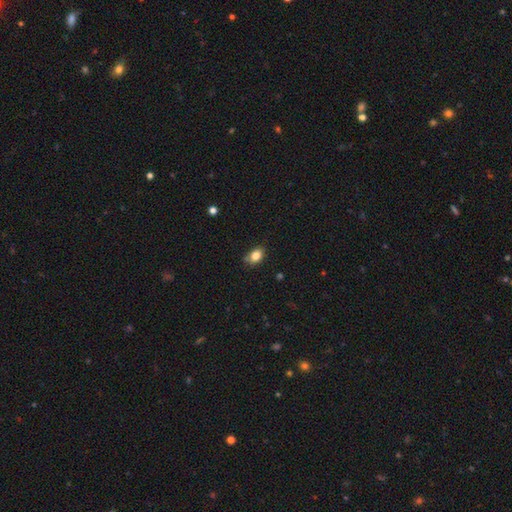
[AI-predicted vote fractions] The model was most divided on "merging": none: 74%, minor disturbance: 20%, merger: 3%, major disturbance: 3%. More confident: smooth or featured — smooth (83%); how rounded — in between (77%).